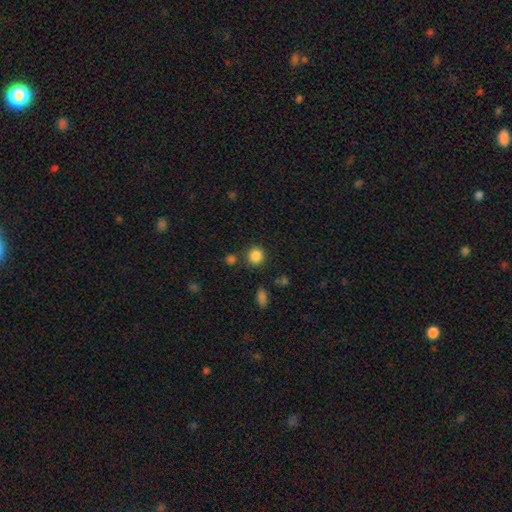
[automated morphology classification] Q: Smooth or featured?
A: smooth (86%); runner-up: star or artifact (11%)
Q: How rounded?
A: round (84%); runner-up: in between (15%)
Q: Merging?
A: none (81%); runner-up: minor disturbance (9%)